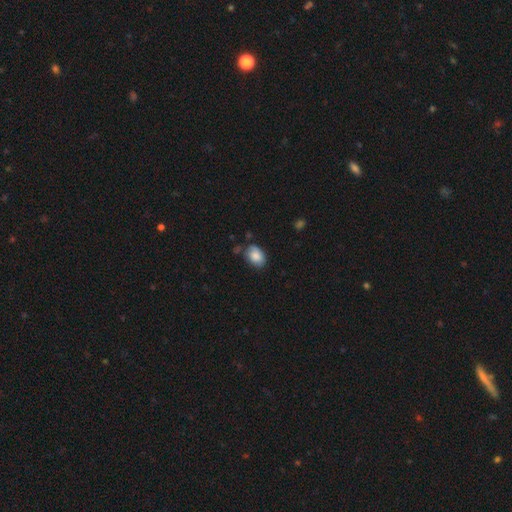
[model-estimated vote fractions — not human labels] This appears to be a smooth galaxy with no disk features (80%) that is in between round and cigar-shaped (82%). Merging: none (64%).